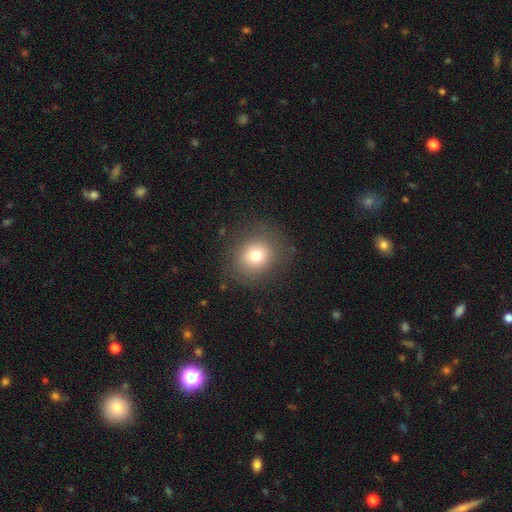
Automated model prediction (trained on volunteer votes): smooth 77%, star or artifact 12%, featured or disk 11%. Down the decision tree: how rounded — round (76%); merging — none (83%).